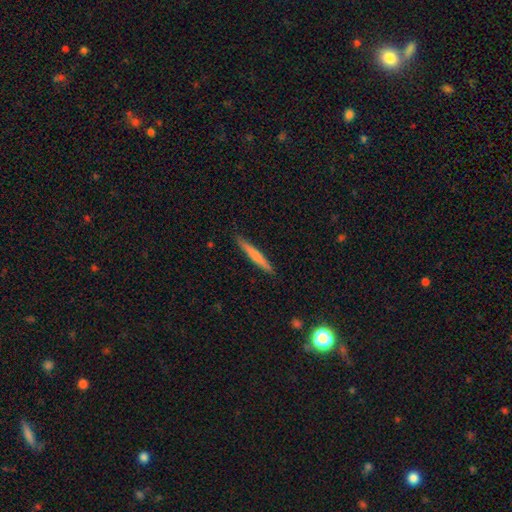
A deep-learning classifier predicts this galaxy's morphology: Smooth or featured: smooth — 64% (featured or disk — 30%)
How rounded: cigar-shaped — 96% (in between — 3%)
Merging: none — 90% (minor disturbance — 7%)